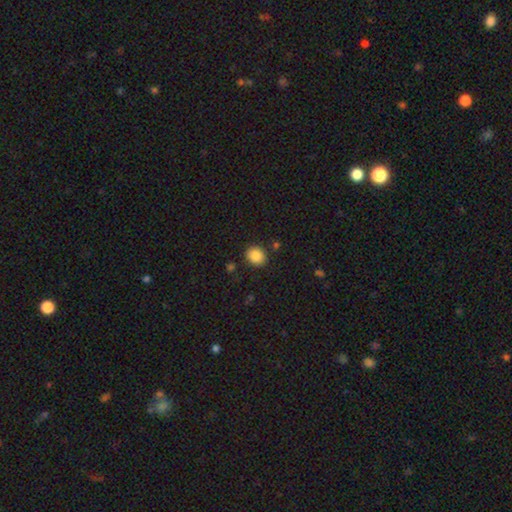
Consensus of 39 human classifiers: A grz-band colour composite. It shows a smooth galaxy with no disk features (90%) that is round (74%). Merging: none (83%).